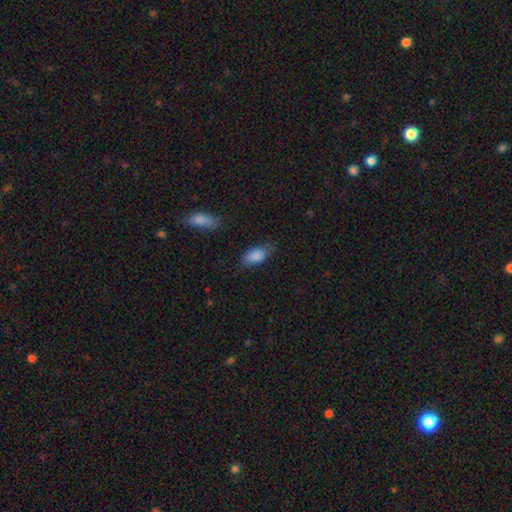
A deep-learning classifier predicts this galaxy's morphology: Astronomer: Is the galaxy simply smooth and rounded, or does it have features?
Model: smooth — 85%.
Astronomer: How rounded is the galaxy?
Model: in between — 89%.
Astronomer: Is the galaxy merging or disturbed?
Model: none — 65%.